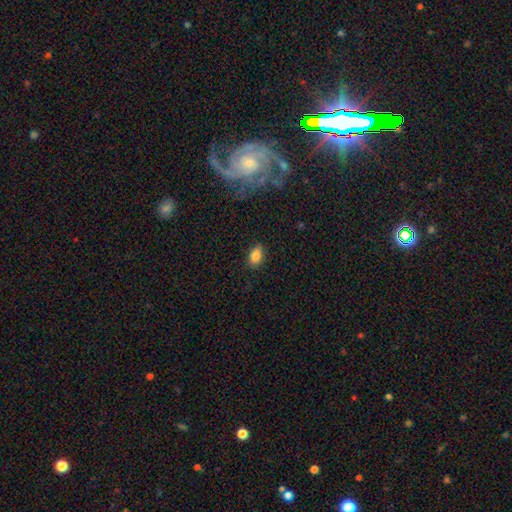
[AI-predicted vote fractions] Smooth or featured? Predicted: smooth (p=0.84). How rounded? Predicted: in between (p=0.88). Merging? Predicted: none (p=0.85).